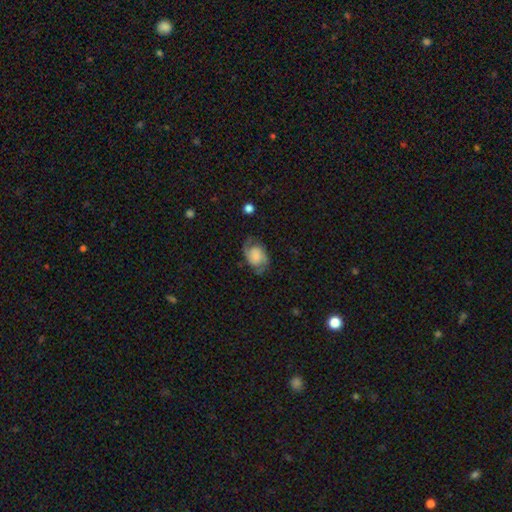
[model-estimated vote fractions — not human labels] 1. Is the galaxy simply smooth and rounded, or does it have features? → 61% featured or disk, 31% smooth, 8% star or artifact.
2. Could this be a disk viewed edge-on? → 97% no, 3% yes.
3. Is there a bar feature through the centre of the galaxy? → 70% no, 24% weak, 5% strong.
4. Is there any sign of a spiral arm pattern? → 89% yes, 11% no.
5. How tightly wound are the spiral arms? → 47% medium, 29% loose, 24% tight.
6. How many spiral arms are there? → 86% 2, 6% can't tell, 3% 1, 2% 3, 1% 4, 1% more than 4.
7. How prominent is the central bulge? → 37% none, 25% large, 15% small, 11% moderate, 11% dominant.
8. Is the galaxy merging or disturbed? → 65% none, 21% minor disturbance, 12% major disturbance, 2% merger.